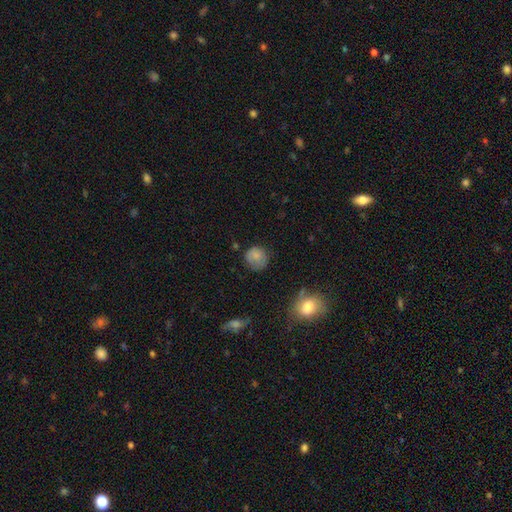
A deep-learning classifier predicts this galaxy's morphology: Smooth or featured? smooth (78%)
How rounded? round (85%)
Merging? none (64%)